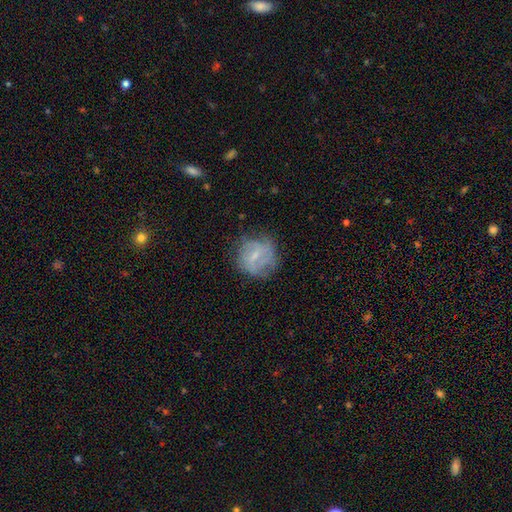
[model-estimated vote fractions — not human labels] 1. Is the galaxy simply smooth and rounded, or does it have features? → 52% featured or disk, 39% smooth, 9% star or artifact.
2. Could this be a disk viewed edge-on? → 96% no, 4% yes.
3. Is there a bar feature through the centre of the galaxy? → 54% weak, 31% no, 15% strong.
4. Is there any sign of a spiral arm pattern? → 63% yes, 37% no.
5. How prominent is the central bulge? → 59% small, 23% moderate, 16% none, 1% large, 1% dominant.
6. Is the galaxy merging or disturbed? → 63% none, 23% minor disturbance, 12% major disturbance, 2% merger.